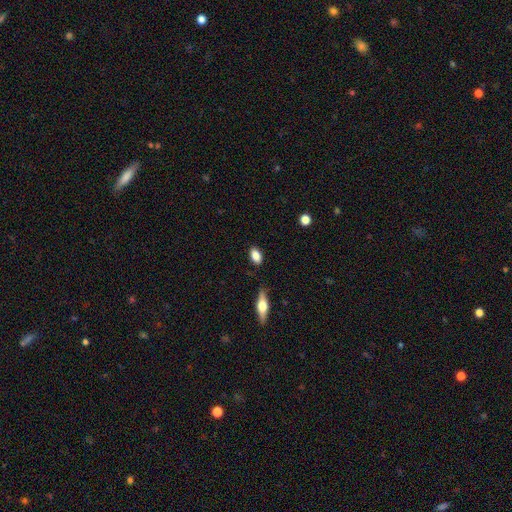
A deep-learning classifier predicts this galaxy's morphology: A smooth galaxy with no disk features (84%) that is in between round and cigar-shaped (88%). Merging: none (85%).